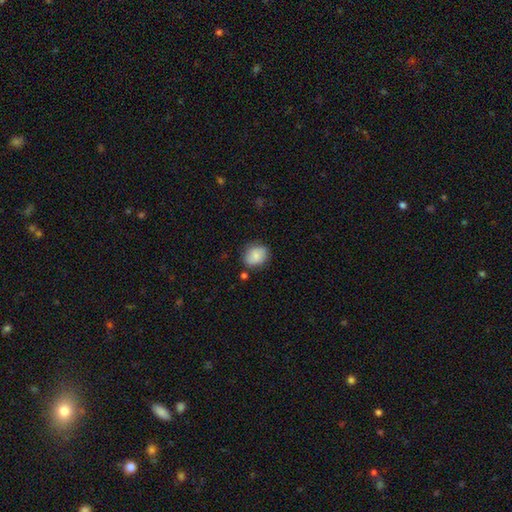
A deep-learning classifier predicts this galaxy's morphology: A smooth galaxy with no disk features (84%) that is round (52%).

Vote fractions:
- Smooth or featured? smooth: 84% / featured or disk: 8% / star or artifact: 7%
- How rounded? round: 52% / in between: 47% / cigar-shaped: 1%
- Merging? none: 76% / minor disturbance: 16% / merger: 4% / major disturbance: 4%